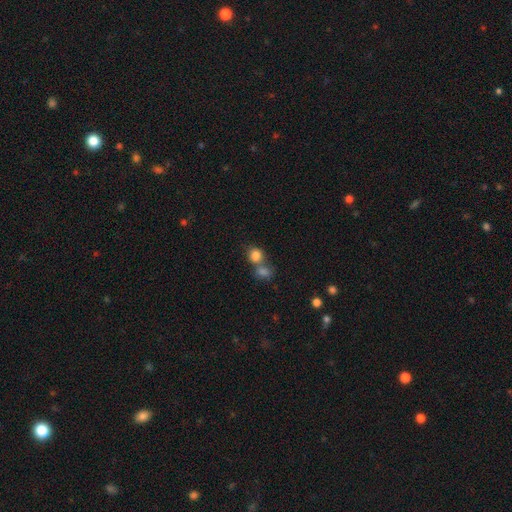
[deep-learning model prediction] Overall: smooth (83%). How rounded: round (75%). Merging: merger (49%; none 40%).